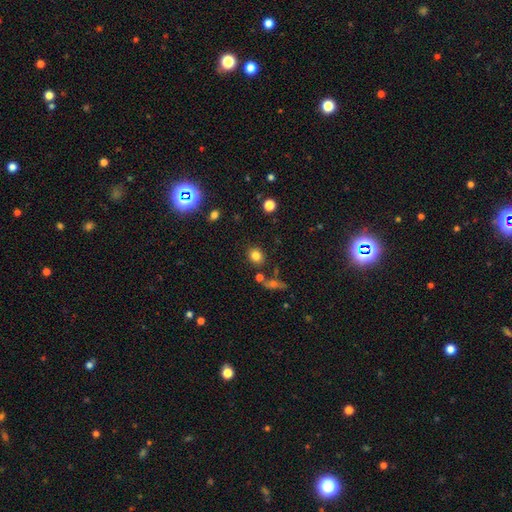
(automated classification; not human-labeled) This is clearly a smooth galaxy (81%). How rounded: likely round (70%). Merging: clearly none (81%).